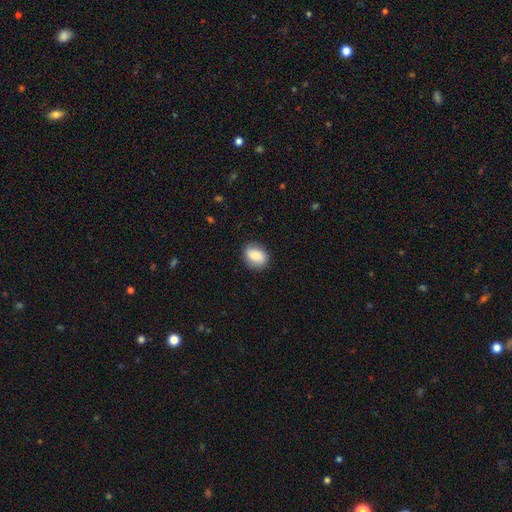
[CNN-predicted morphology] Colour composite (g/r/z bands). It shows a smooth galaxy with no disk features (82%) that is in between round and cigar-shaped (60%). Merging: none (82%).